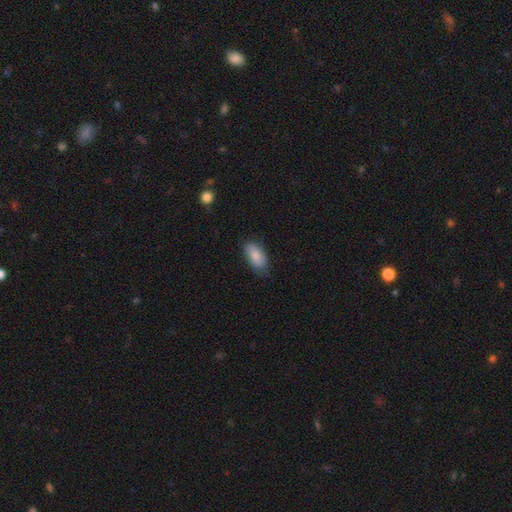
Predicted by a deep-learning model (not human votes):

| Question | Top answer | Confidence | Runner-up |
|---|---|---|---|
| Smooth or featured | smooth | 84% | featured or disk (10%) |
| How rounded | in between | 92% | cigar-shaped (5%) |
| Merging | none | 73% | minor disturbance (22%) |